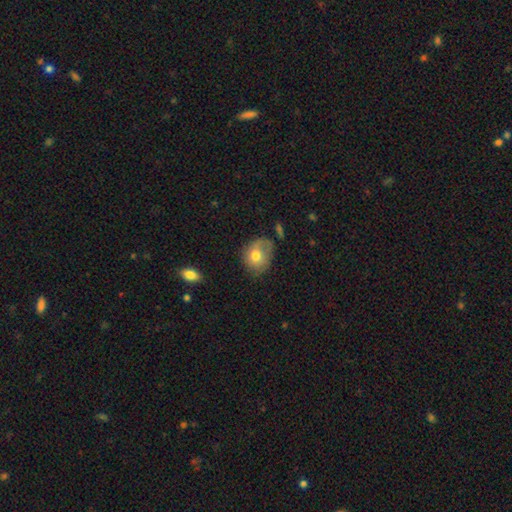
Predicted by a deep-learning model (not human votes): smooth 71%, featured or disk 21%, star or artifact 9%. Down the decision tree: how rounded — round (52%); merging — none (52%).